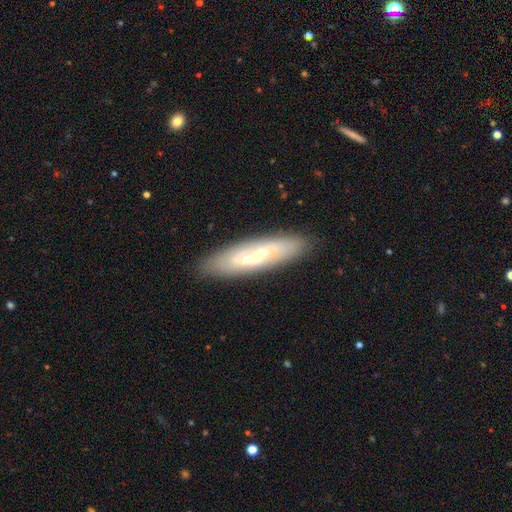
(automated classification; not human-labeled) smooth_or_featured: featured or disk (p=0.49) [alt: smooth p=0.43]
merging: none (p=0.81) [alt: minor disturbance p=0.13]